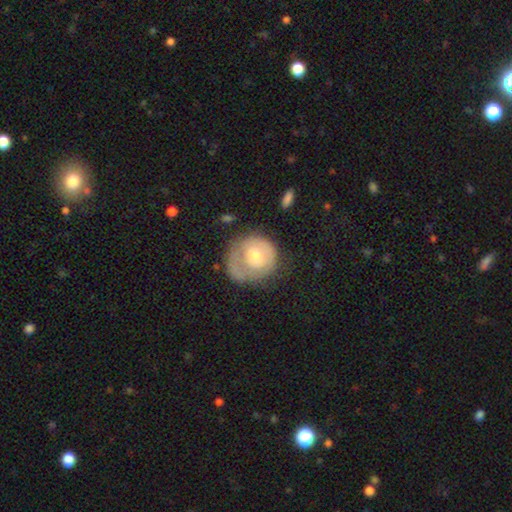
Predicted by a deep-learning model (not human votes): Smooth or featured? Predicted: smooth (p=0.47). Merging? Predicted: none (p=0.49).